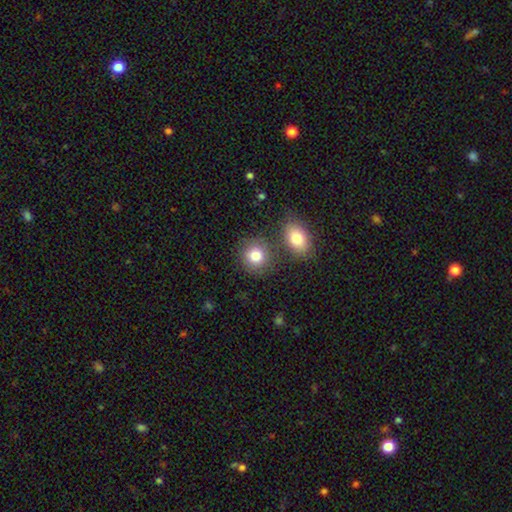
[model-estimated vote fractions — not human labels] Morphology: type=smooth (81%); roundness=round (83%); merging=none (73%).